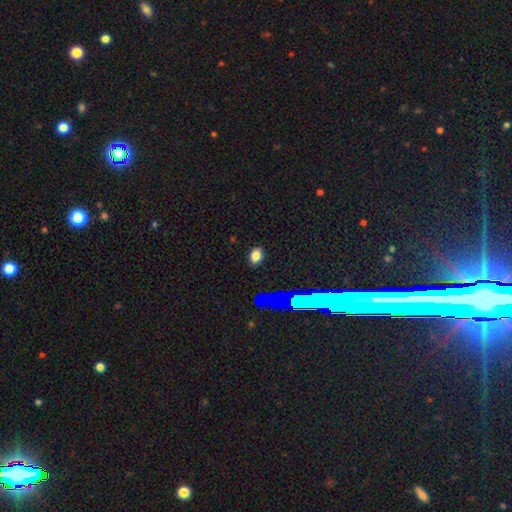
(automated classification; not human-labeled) A smooth galaxy with no disk features (79%) that is in between round and cigar-shaped (78%).

Vote fractions:
- Smooth or featured? smooth: 79% / star or artifact: 14% / featured or disk: 7%
- How rounded? in between: 78% / round: 20% / cigar-shaped: 2%
- Merging? none: 87% / minor disturbance: 9% / major disturbance: 2% / merger: 1%